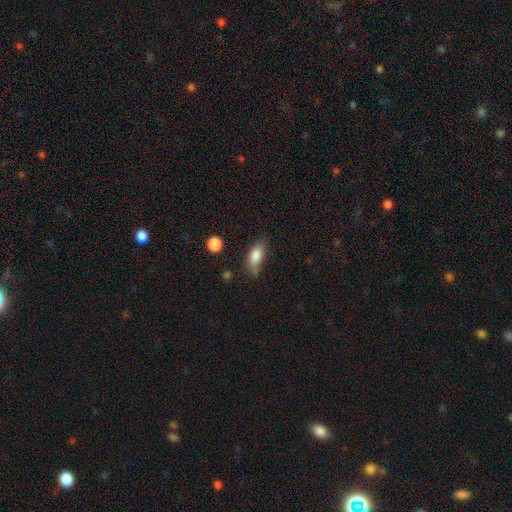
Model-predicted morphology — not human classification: This appears to be a smooth galaxy with no disk features (83%) that is in between round and cigar-shaped (85%). Merging: none (61%).